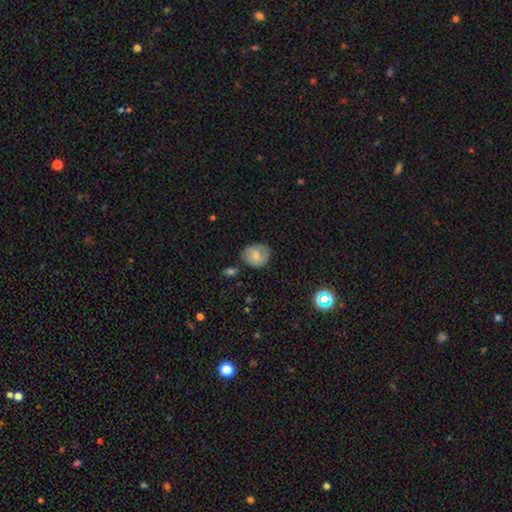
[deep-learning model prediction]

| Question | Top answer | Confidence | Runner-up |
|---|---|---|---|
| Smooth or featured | smooth | 61% | featured or disk (30%) |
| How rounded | round | 66% | in between (33%) |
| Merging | none | 65% | minor disturbance (25%) |